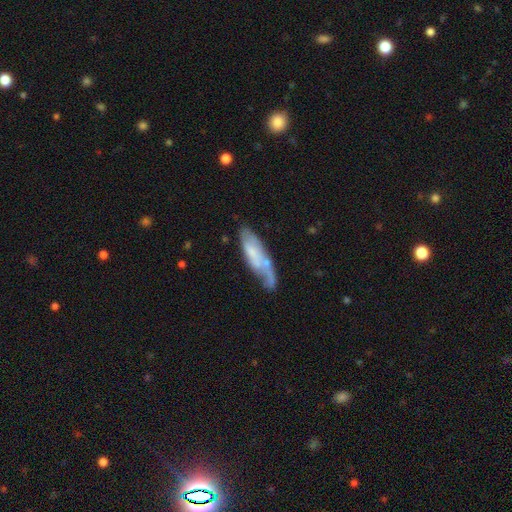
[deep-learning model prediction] A featured or disk galaxy (51%).

Vote fractions:
- Smooth or featured? featured or disk: 51% / smooth: 42% / star or artifact: 7%
- Edge-on disk? no: 75% / yes: 25%
- Merging? none: 40% / minor disturbance: 28% / major disturbance: 19% / merger: 13%